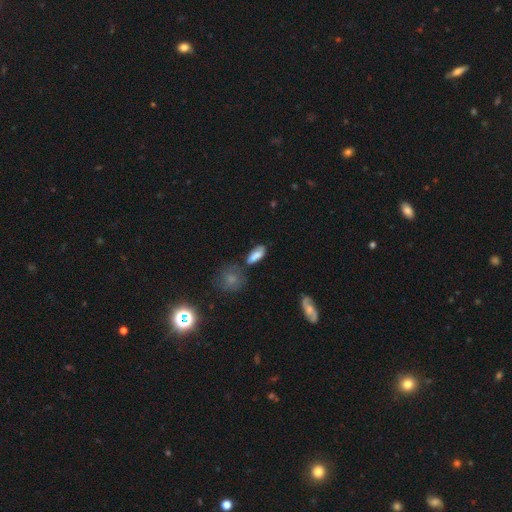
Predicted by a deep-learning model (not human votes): Q: Smooth or featured?
A: smooth (77%); runner-up: featured or disk (14%)
Q: How rounded?
A: in between (76%); runner-up: cigar-shaped (20%)
Q: Merging?
A: none (65%); runner-up: minor disturbance (21%)